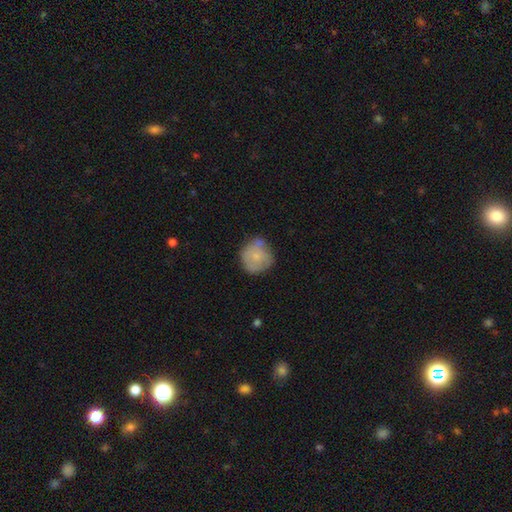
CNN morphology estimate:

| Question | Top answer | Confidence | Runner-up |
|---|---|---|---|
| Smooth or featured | smooth | 69% | featured or disk (25%) |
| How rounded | round | 88% | in between (11%) |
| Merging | none | 57% | minor disturbance (28%) |